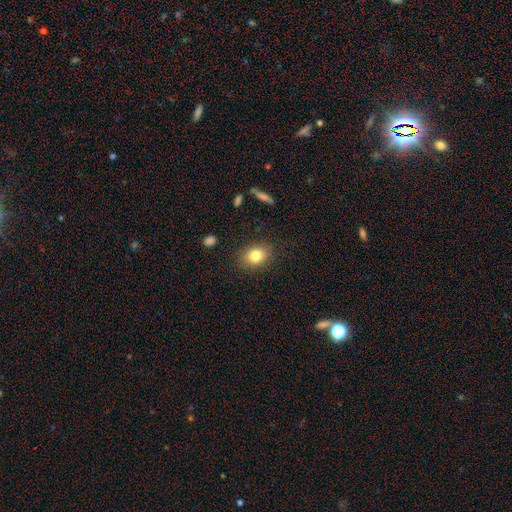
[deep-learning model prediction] Overall: smooth (81%). How rounded: in between (64%; round 35%). Merging: none (85%).